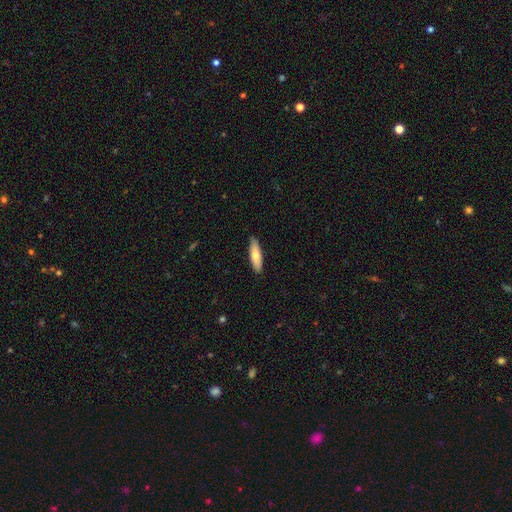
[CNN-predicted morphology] This appears to be a smooth galaxy with no disk features (73%) that is cigar-shaped (60%). Merging: none (86%).